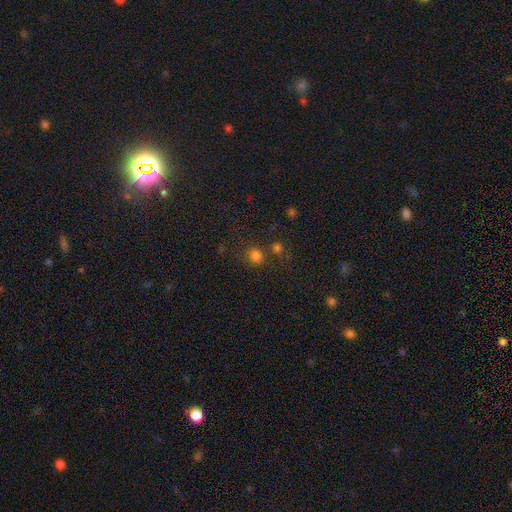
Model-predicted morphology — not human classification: Overall: smooth (76%). How rounded: round (84%). Merging: none (71%).